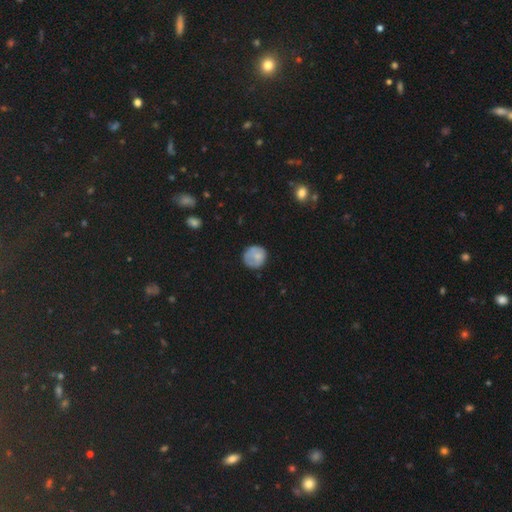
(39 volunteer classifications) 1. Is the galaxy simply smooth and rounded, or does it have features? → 82% smooth, 13% featured or disk, 5% star or artifact.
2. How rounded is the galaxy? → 91% round, 6% in between, 3% cigar-shaped.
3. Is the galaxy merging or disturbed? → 86% none, 8% minor disturbance, 5% major disturbance, 0% merger.